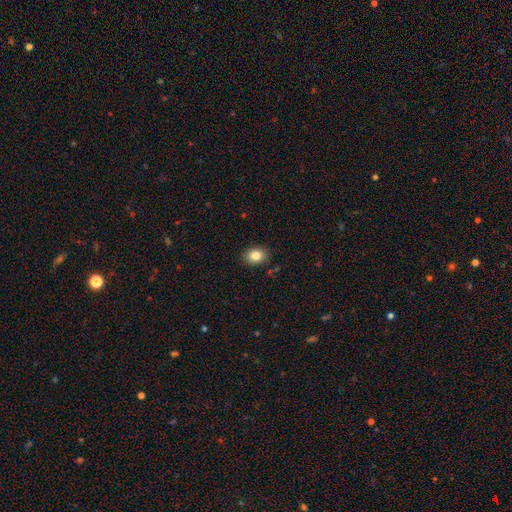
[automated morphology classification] A smooth galaxy with no disk features (84%) that is in between round and cigar-shaped (65%).

Vote fractions:
- Smooth or featured? smooth: 84% / star or artifact: 9% / featured or disk: 7%
- How rounded? in between: 65% / round: 34% / cigar-shaped: 1%
- Merging? none: 87% / minor disturbance: 9% / major disturbance: 2% / merger: 1%